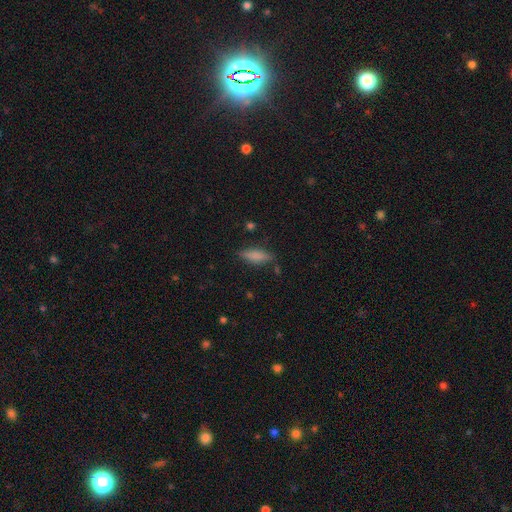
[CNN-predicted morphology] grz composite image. It shows a smooth galaxy with no disk features (74%) that is in between round and cigar-shaped (52%). Merging: none (78%).